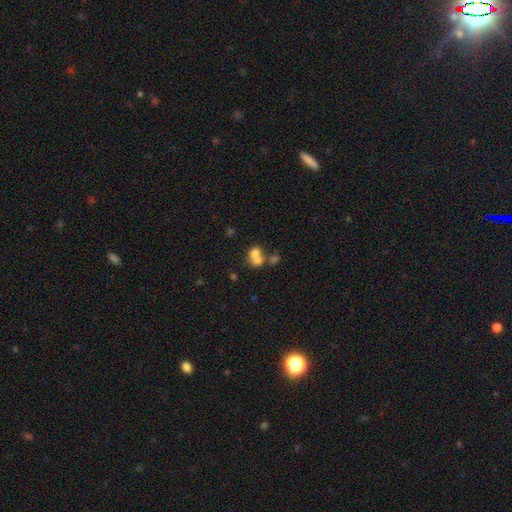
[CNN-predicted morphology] This appears to be a smooth galaxy with no disk features (66%) that is round (59%). Merging: merger (64%).